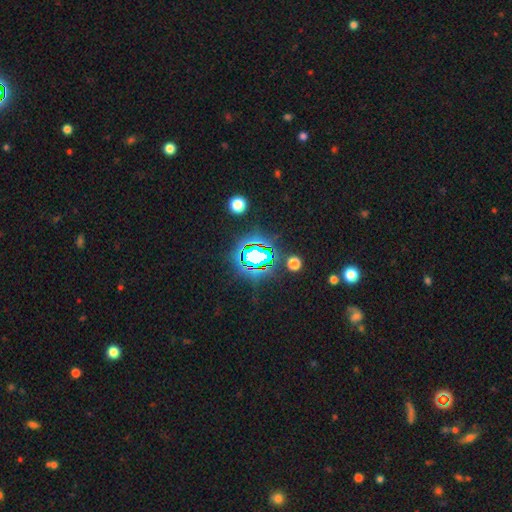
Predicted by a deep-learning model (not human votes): smooth_or_featured: star or artifact (p=0.70) [alt: smooth p=0.18]